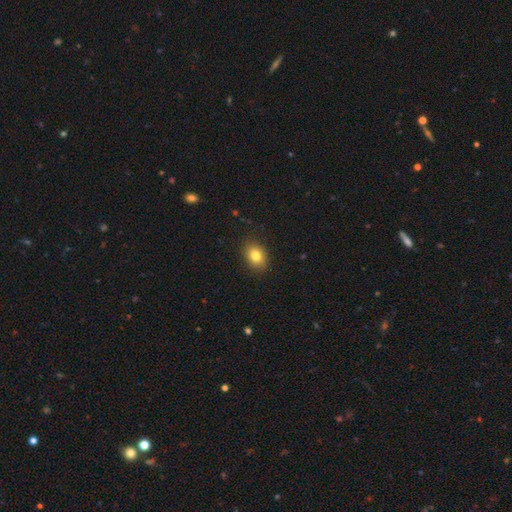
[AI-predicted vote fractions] Q: Smooth or featured?
A: smooth (81%); runner-up: star or artifact (10%)
Q: How rounded?
A: in between (56%); runner-up: round (43%)
Q: Merging?
A: none (88%); runner-up: minor disturbance (8%)